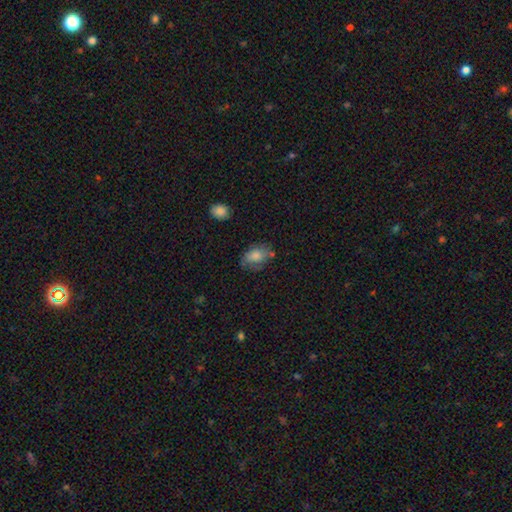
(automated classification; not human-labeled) Smooth or featured? smooth (73%)
How rounded? in between (85%)
Merging? none (59%)